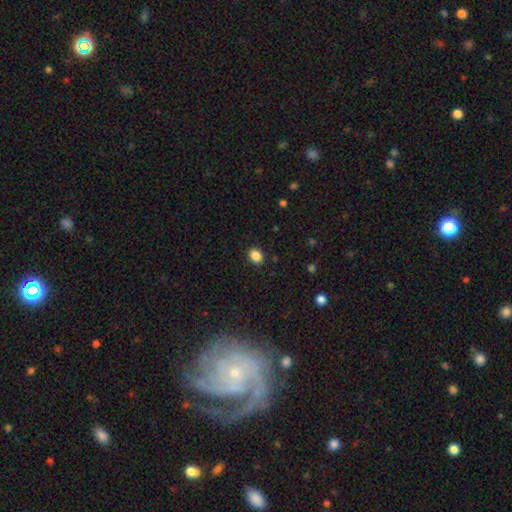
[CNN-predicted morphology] Smooth or featured? smooth (86%)
How rounded? in between (52%)
Merging? none (89%)